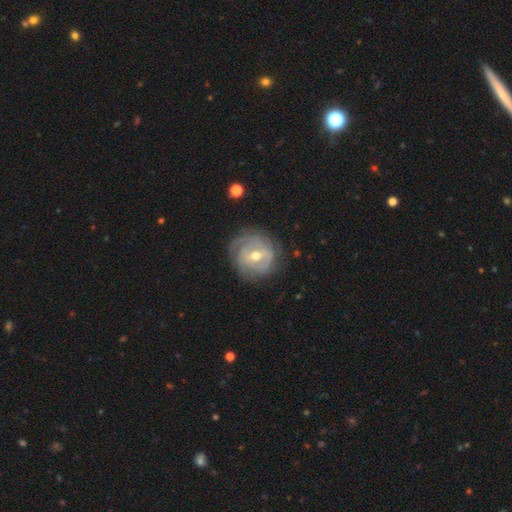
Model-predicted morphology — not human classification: A featured or disk galaxy (84%) with a weak bar (48%), tight (72%) spiral arms (90%) and a moderate central bulge (71%). Merging: none (75%).